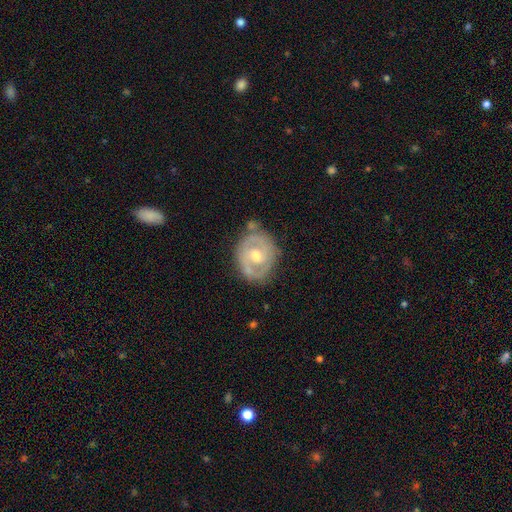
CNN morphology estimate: This is likely a featured or disk galaxy (78%). It is clearly not viewed edge-on (97%). Bar: possibly no (59%). Spiral arm pattern: likely yes (77%). Spiral arm count: likely 2 (66%). Spiral winding: possibly tight (57%). Central bulge: likely moderate (67%). Merging: likely none (69%).